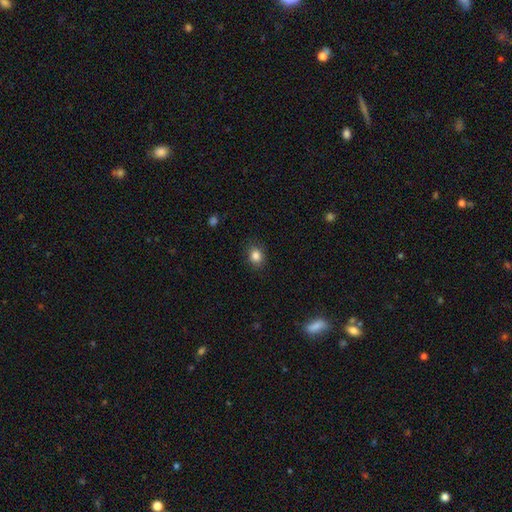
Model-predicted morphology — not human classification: Smooth or featured? smooth (85%)
How rounded? round (61%)
Merging? none (87%)